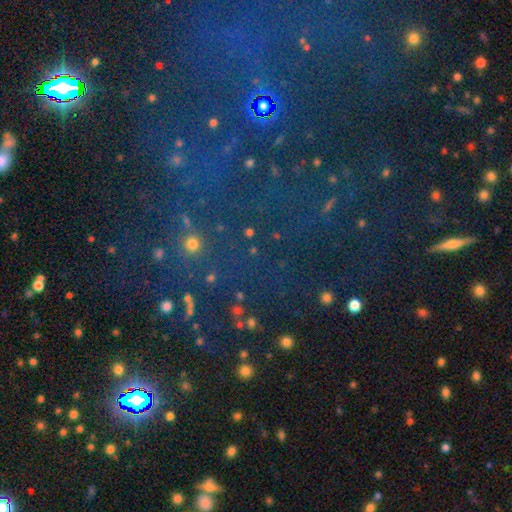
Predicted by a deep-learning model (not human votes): Smooth or featured? star or artifact (71%)